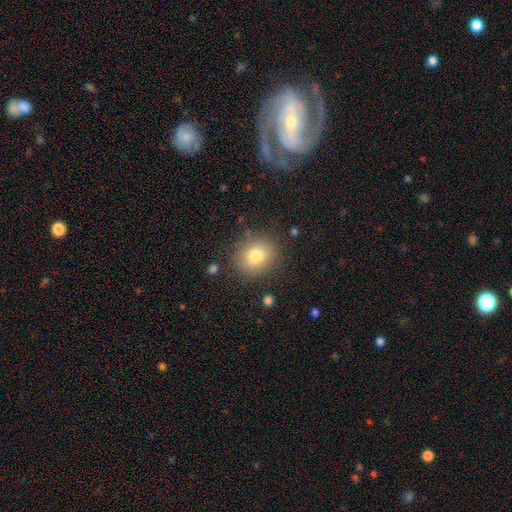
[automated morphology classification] smooth_or_featured: smooth (p=0.78) [alt: star or artifact p=0.12]
how_rounded: round (p=0.77) [alt: in between p=0.22]
merging: none (p=0.85) [alt: minor disturbance p=0.09]